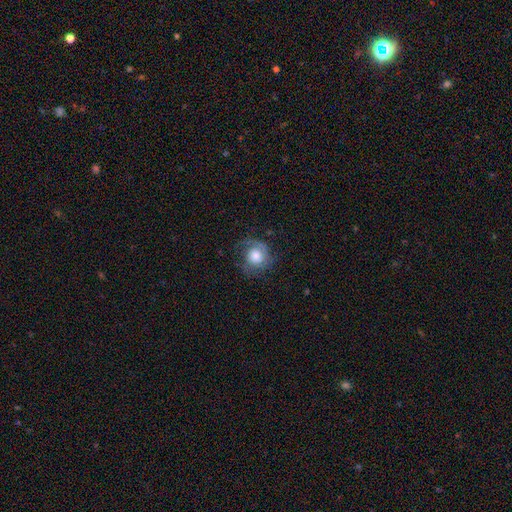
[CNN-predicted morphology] Smooth or featured: featured or disk — 46% (smooth — 45%)
Merging: none — 61% (minor disturbance — 21%)